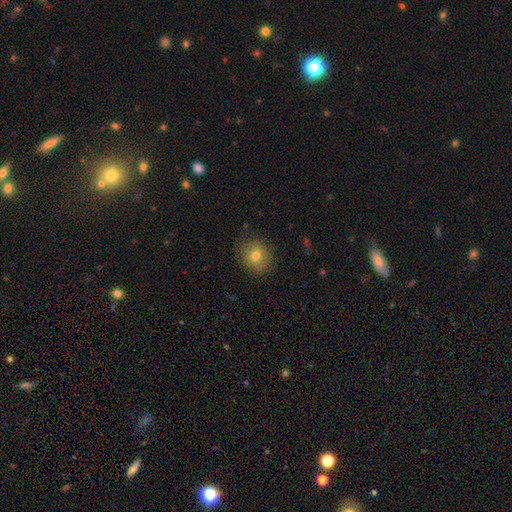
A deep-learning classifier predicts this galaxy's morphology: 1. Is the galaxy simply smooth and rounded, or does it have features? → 73% smooth, 16% featured or disk, 11% star or artifact.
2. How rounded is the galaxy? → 76% round, 23% in between, 1% cigar-shaped.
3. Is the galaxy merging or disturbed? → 82% none, 13% minor disturbance, 4% major disturbance, 1% merger.